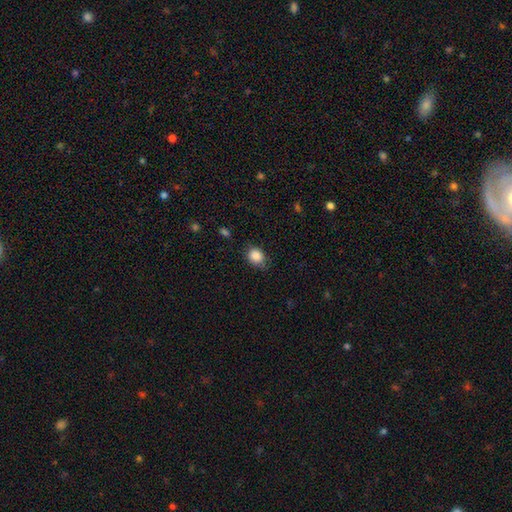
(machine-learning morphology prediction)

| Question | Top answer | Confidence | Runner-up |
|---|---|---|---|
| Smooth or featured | smooth | 87% | star or artifact (9%) |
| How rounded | round | 52% | in between (47%) |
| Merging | none | 70% | minor disturbance (24%) |